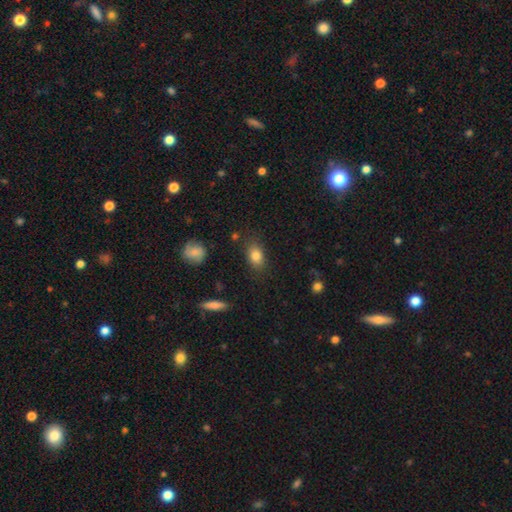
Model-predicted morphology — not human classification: smooth-or-featured: smooth: 83% | star or artifact: 9% | featured or disk: 8%
  how-rounded: in between: 82% | round: 15% | cigar-shaped: 3%
  merging: none: 79% | minor disturbance: 14% | major disturbance: 4% | merger: 2%